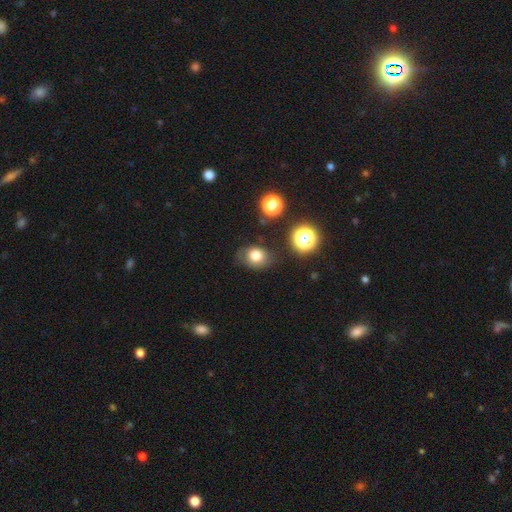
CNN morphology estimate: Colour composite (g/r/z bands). It shows a smooth galaxy with no disk features (77%) that is in between round and cigar-shaped (50%, tied with round). Merging: none (72%).